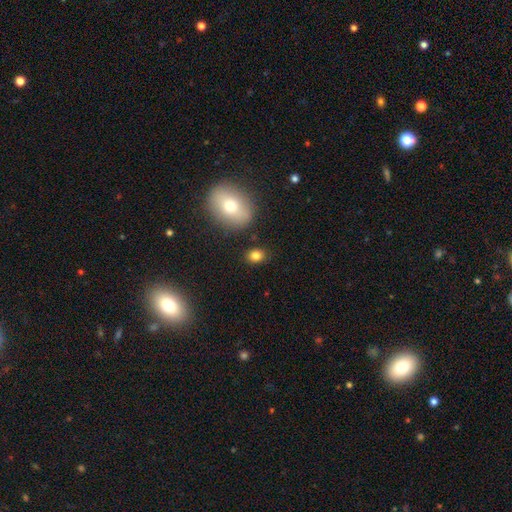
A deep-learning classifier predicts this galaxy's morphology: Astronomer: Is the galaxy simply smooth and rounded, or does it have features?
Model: smooth — 81%.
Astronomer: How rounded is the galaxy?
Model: in between — 54% (runner-up: round, 44%).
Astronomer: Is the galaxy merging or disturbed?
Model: none — 84%.